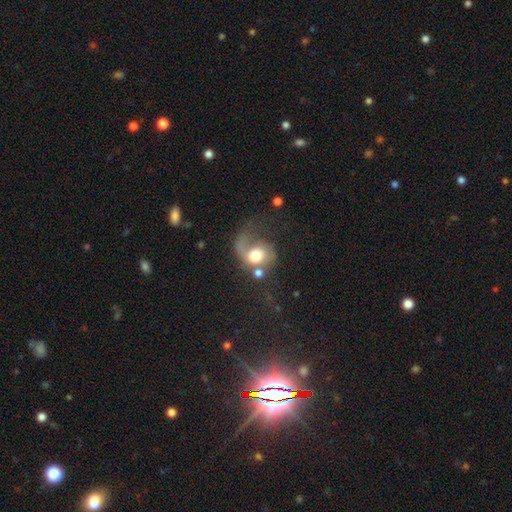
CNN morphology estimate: A smooth galaxy with no disk features (46%).

Vote fractions:
- Smooth or featured? smooth: 46% / featured or disk: 45% / star or artifact: 9%
- Merging? major disturbance: 45% / none: 21% / merger: 18% / minor disturbance: 15%